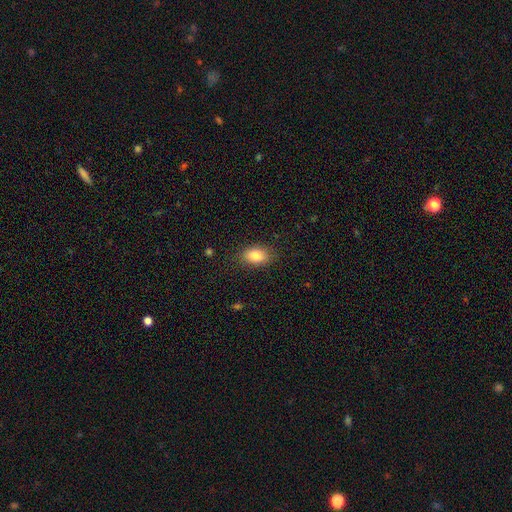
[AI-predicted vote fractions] smooth_or_featured: smooth (p=0.84) [alt: star or artifact p=0.08]
how_rounded: in between (p=0.87) [alt: round p=0.12]
merging: none (p=0.84) [alt: minor disturbance p=0.12]